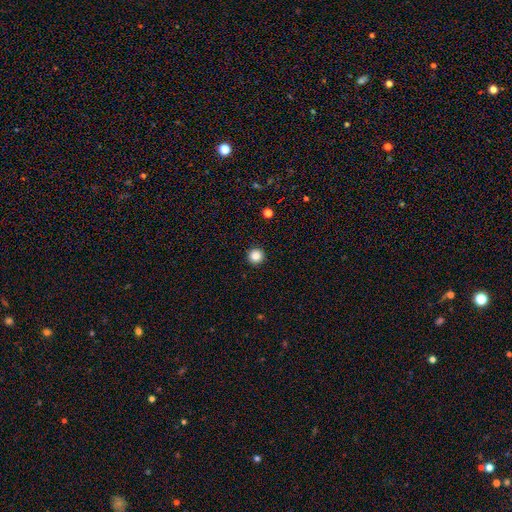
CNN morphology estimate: Smooth or featured?
  - smooth: 84% *
  - star or artifact: 11%
  - featured or disk: 5%
How rounded?
  - round: 97% *
  - in between: 2%
  - cigar-shaped: 1%
Merging?
  - none: 94% *
  - minor disturbance: 4%
  - major disturbance: 1%
  - merger: 1%